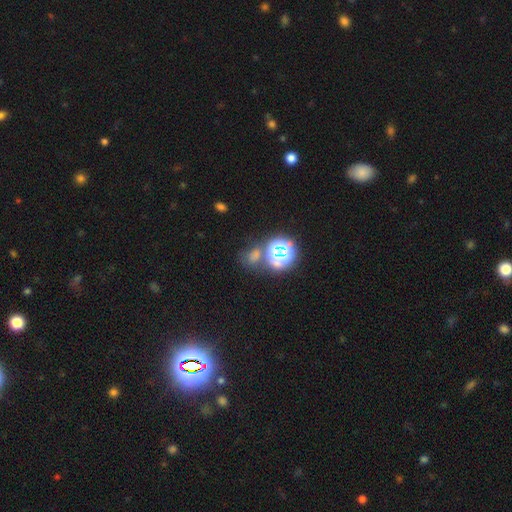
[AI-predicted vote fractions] This is likely a star or artifact rather than a galaxy (65%).